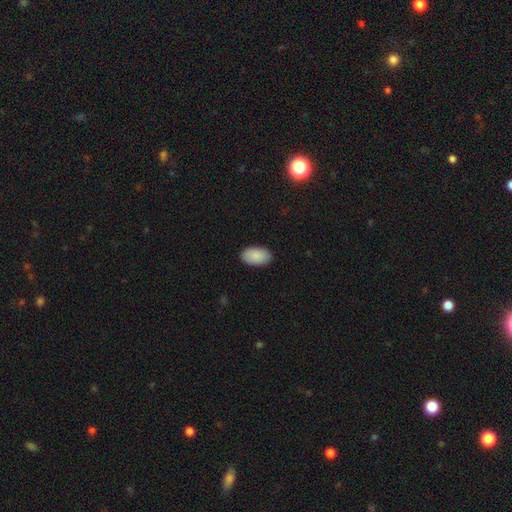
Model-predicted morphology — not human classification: Smooth or featured? Predicted: smooth (p=0.90). How rounded? Predicted: in between (p=0.95). Merging? Predicted: none (p=0.89).